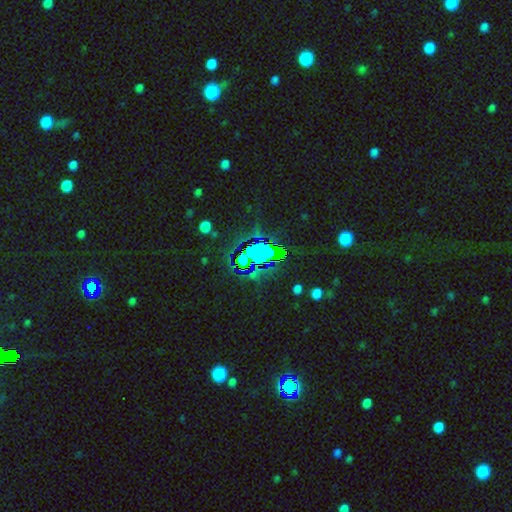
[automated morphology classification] Overall: star or artifact (83%).